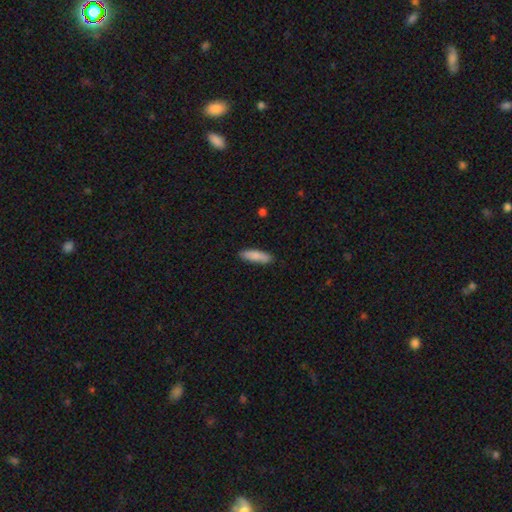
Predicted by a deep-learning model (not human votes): Smooth or featured: smooth — 86% (featured or disk — 8%)
How rounded: cigar-shaped — 58% (in between — 41%)
Merging: none — 86% (minor disturbance — 11%)